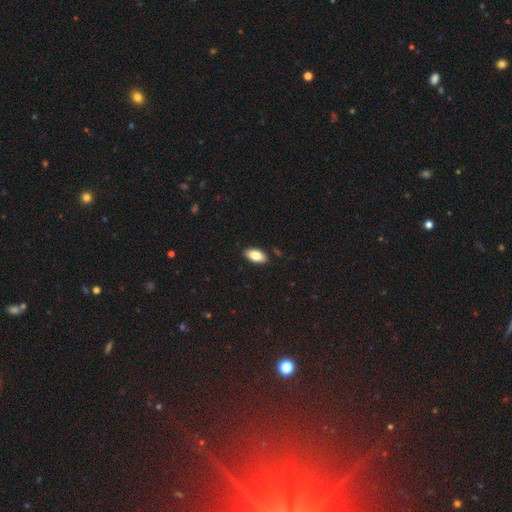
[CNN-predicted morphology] This is clearly a smooth galaxy (82%). How rounded: clearly in between (93%). Merging: clearly none (88%).